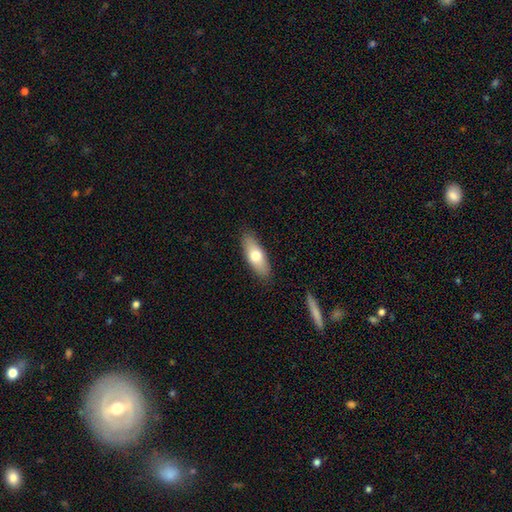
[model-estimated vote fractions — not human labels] Morphology: type=smooth (69%); roundness=in between (67%); merging=none (88%).